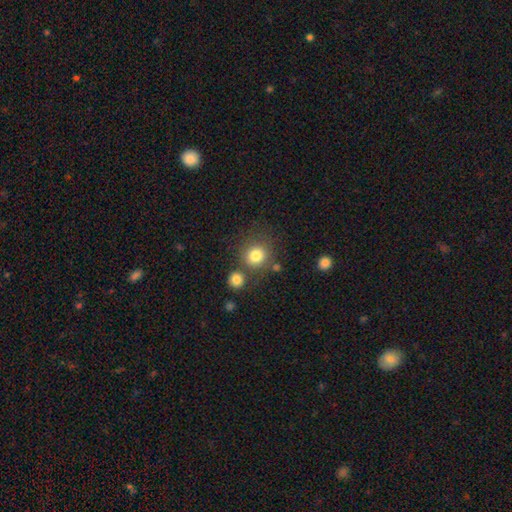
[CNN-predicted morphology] Q: Smooth or featured?
A: smooth (82%); runner-up: star or artifact (11%)
Q: How rounded?
A: round (87%); runner-up: in between (12%)
Q: Merging?
A: none (69%); runner-up: merger (15%)